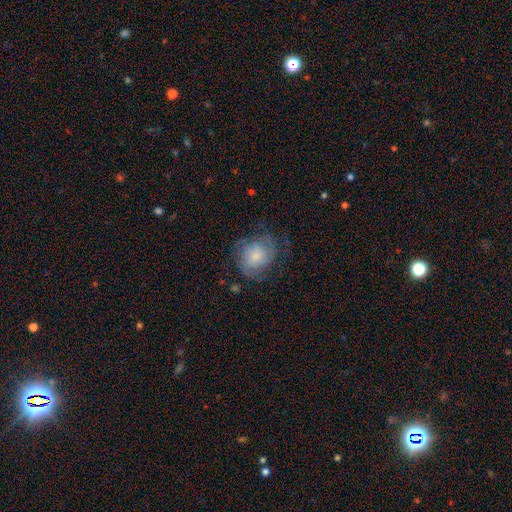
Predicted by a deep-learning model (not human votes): This is possibly a featured or disk galaxy (47%). Merging: possibly none (56%).